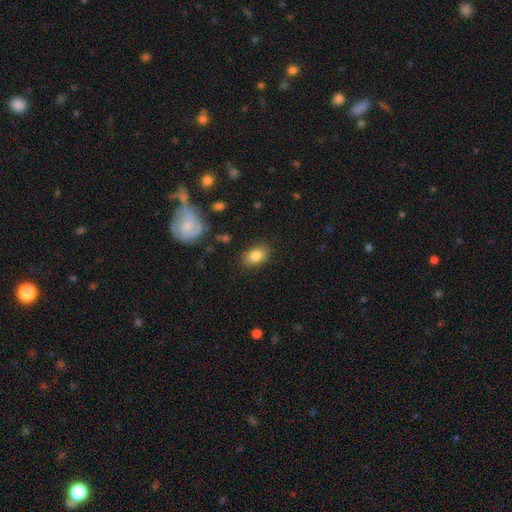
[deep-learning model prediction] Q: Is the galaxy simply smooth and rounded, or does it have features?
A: smooth — 83%.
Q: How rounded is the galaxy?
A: in between — 83%.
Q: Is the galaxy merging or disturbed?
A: none — 80%.